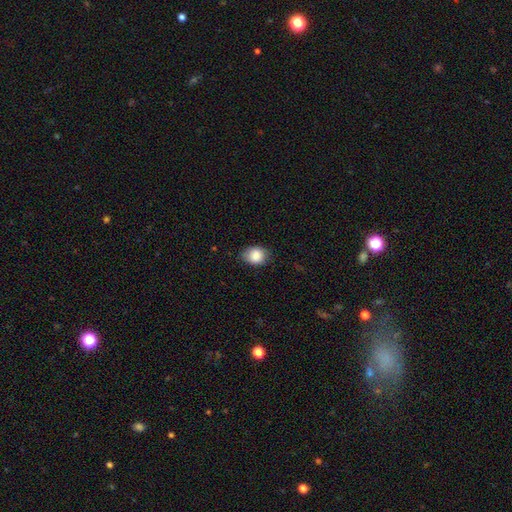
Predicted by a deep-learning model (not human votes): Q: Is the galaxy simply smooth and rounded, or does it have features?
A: smooth — 86%.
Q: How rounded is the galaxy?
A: in between — 55%.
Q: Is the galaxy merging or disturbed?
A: none — 76%.